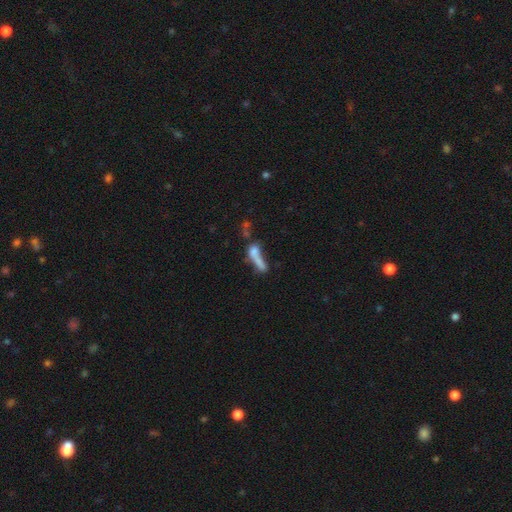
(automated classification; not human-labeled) smooth-or-featured: smooth: 59% | featured or disk: 27% | star or artifact: 13%
  how-rounded: cigar-shaped: 60% | in between: 33% | round: 7%
  merging: merger: 39% | none: 25% | major disturbance: 22% | minor disturbance: 14%